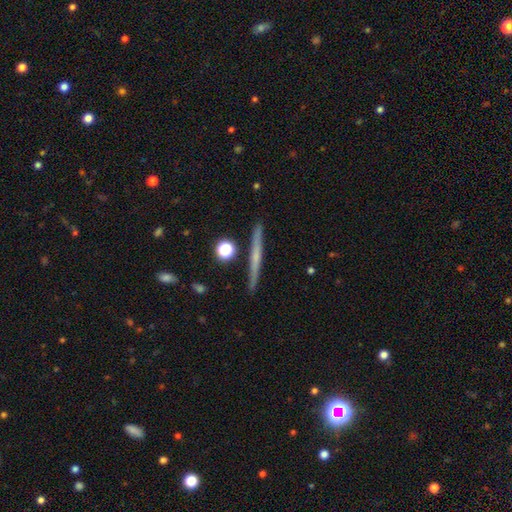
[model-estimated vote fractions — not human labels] Smooth or featured? featured or disk (56%)
Edge-on disk? yes (97%)
Edge-on bulge? none (68%)
Merging? none (90%)